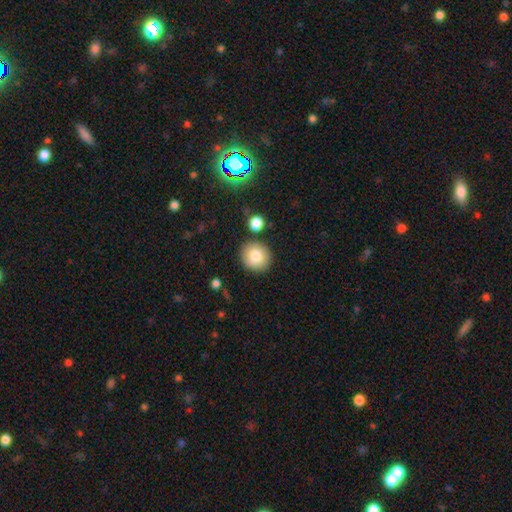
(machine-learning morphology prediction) This is clearly a smooth galaxy (81%). How rounded: clearly round (89%). Merging: clearly none (84%).